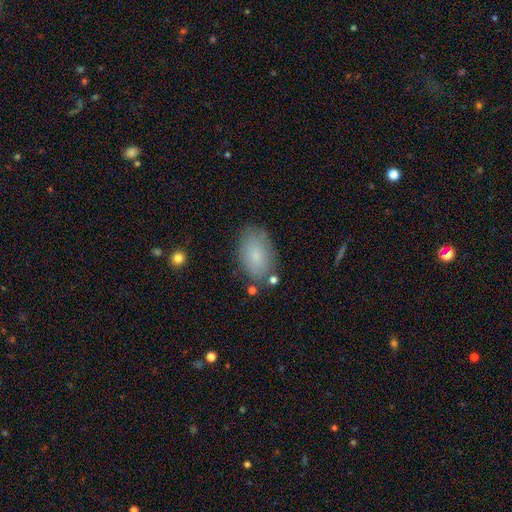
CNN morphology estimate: Smooth or featured? smooth (79%)
How rounded? in between (92%)
Merging? none (78%)